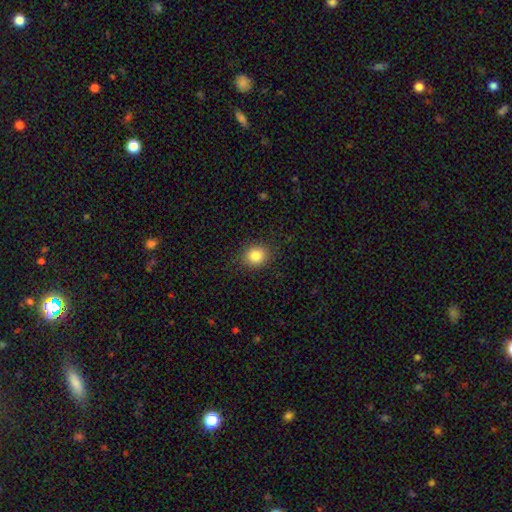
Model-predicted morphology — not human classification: smooth_or_featured: smooth (p=0.83) [alt: star or artifact p=0.11]
how_rounded: round (p=0.72) [alt: in between p=0.27]
merging: none (p=0.89) [alt: minor disturbance p=0.08]